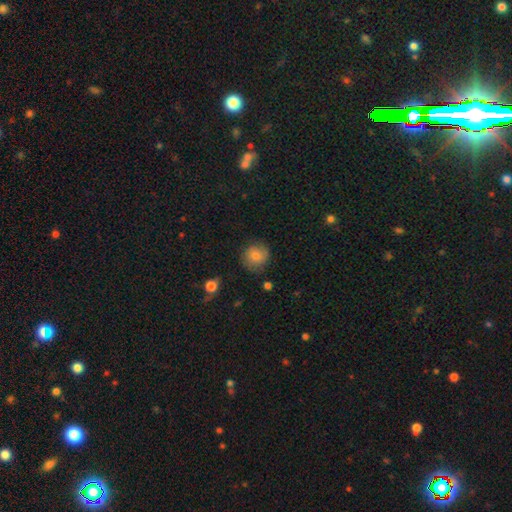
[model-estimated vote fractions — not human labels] A smooth galaxy with no disk features (77%) that is round (90%).

Vote fractions:
- Smooth or featured? smooth: 77% / featured or disk: 14% / star or artifact: 9%
- How rounded? round: 90% / in between: 9% / cigar-shaped: 1%
- Merging? none: 79% / minor disturbance: 16% / major disturbance: 4% / merger: 2%